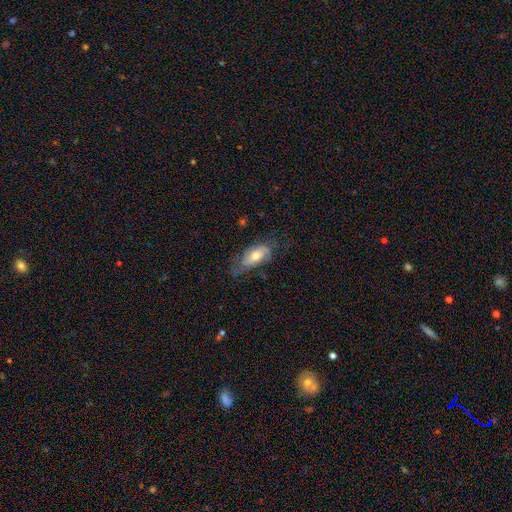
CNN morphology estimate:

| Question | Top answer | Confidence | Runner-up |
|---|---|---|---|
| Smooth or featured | smooth | 55% | featured or disk (38%) |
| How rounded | in between | 86% | cigar-shaped (10%) |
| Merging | none | 52% | minor disturbance (31%) |